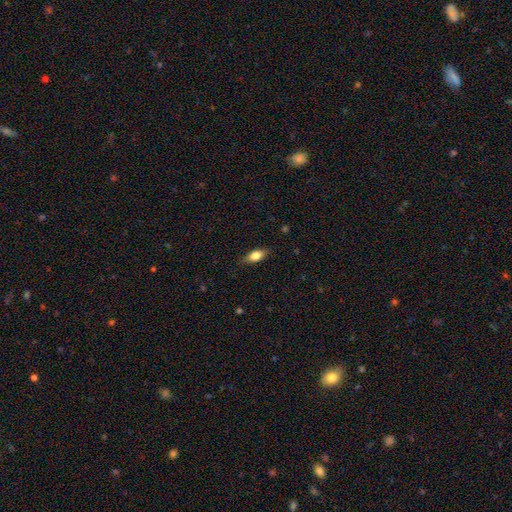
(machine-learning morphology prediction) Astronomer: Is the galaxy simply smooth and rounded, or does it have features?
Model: smooth — 74%.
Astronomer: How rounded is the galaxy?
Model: in between — 80%.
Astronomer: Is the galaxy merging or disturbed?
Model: none — 82%.